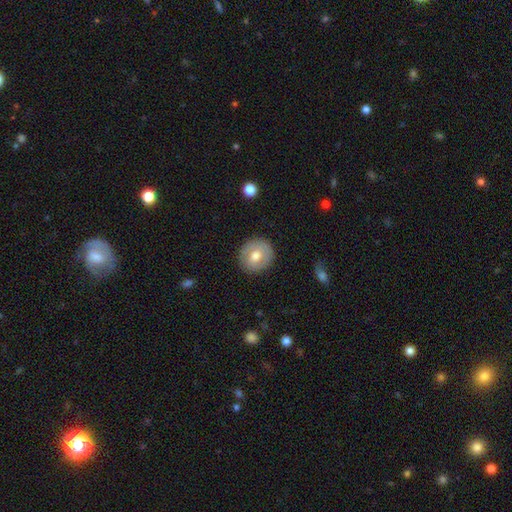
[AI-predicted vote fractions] smooth-or-featured: smooth: 67% | featured or disk: 26% | star or artifact: 7%
  how-rounded: round: 84% | in between: 15% | cigar-shaped: 1%
  merging: none: 88% | minor disturbance: 9% | major disturbance: 2% | merger: 1%